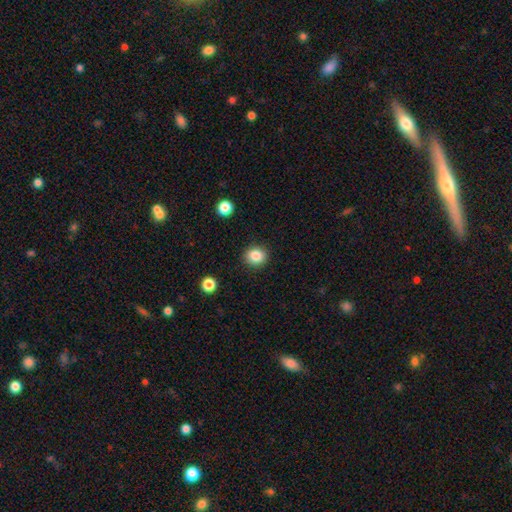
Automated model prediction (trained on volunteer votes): Smooth or featured: smooth — 85% (star or artifact — 10%)
How rounded: round — 82% (in between — 17%)
Merging: none — 90% (minor disturbance — 7%)